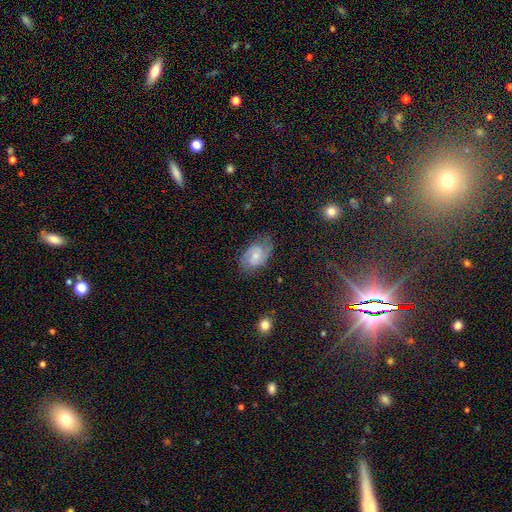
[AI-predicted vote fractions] featured or disk 78%, smooth 15%, star or artifact 7%. Down the decision tree: edge-on disk — no (97%); bar — weak (48%); spiral arms — yes (96%); spiral arm count — 2 (88%); spiral winding — medium (52%); bulge size — small (53%); merging — none (74%).